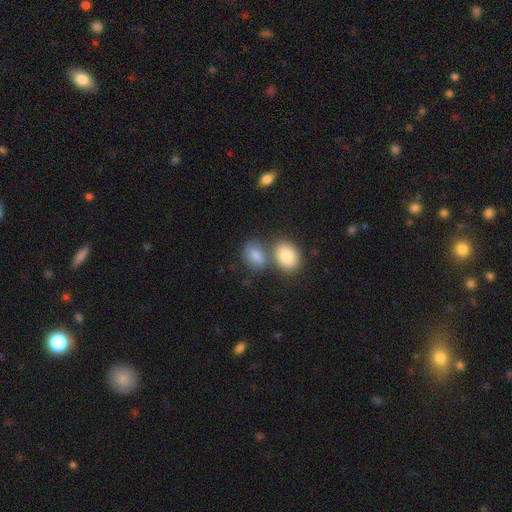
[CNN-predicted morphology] Smooth or featured: smooth — 82% (featured or disk — 9%)
How rounded: in between — 78% (round — 20%)
Merging: none — 42% (merger — 40%)